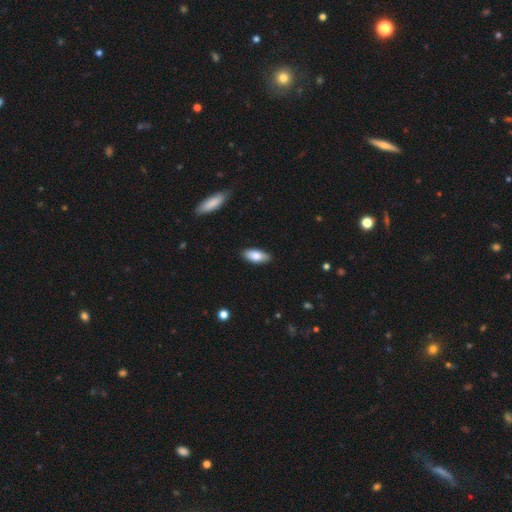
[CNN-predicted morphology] This appears to be a smooth galaxy with no disk features (83%) that is in between round and cigar-shaped (88%). Merging: none (88%).